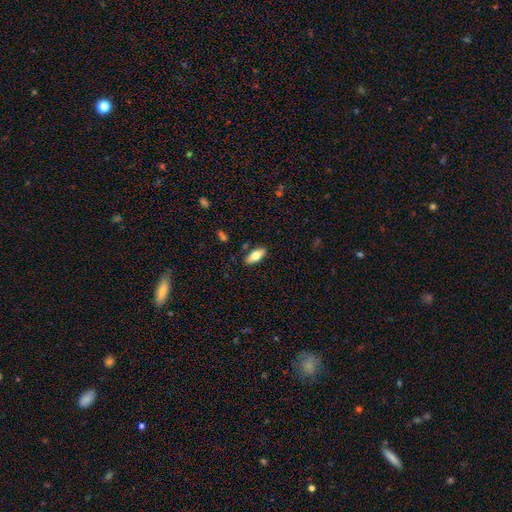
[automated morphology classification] A smooth galaxy with no disk features (69%) that is in between round and cigar-shaped (80%). Merging: none (87%).